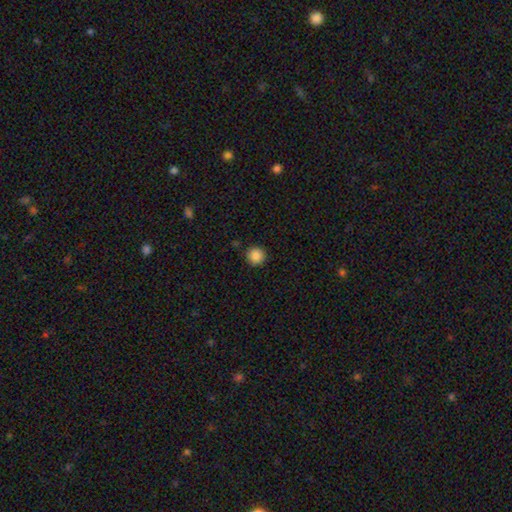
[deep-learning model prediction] The model was most divided on "smooth or featured": smooth: 87%, star or artifact: 10%, featured or disk: 3%. More confident: how rounded — round (95%); merging — none (89%).